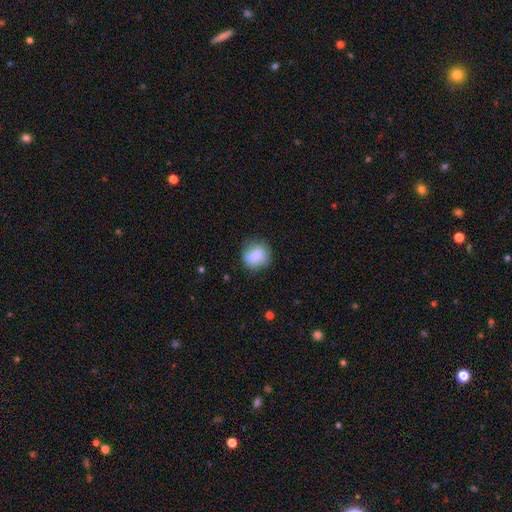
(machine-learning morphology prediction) smooth 81%, featured or disk 11%, star or artifact 8%. Down the decision tree: how rounded — round (75%); merging — none (73%).